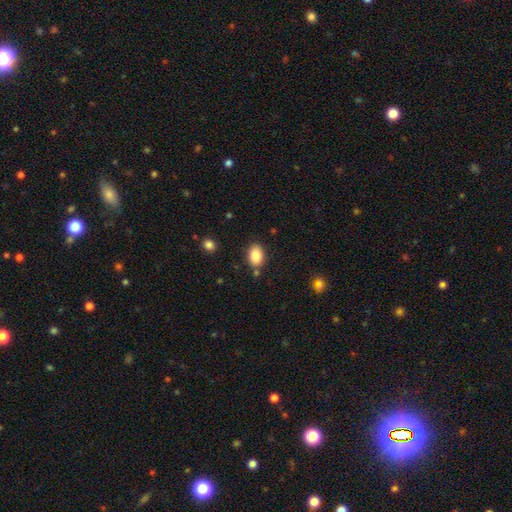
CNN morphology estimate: smooth-or-featured: smooth: 87% | star or artifact: 8% | featured or disk: 5%
  how-rounded: in between: 84% | round: 15% | cigar-shaped: 1%
  merging: none: 80% | minor disturbance: 12% | merger: 5% | major disturbance: 3%